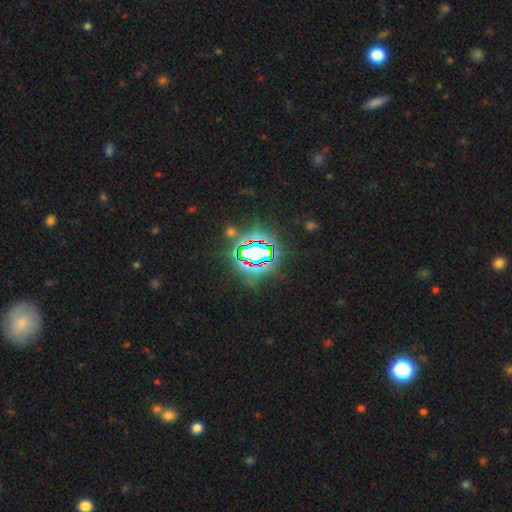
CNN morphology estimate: type=star or artifact (78%).